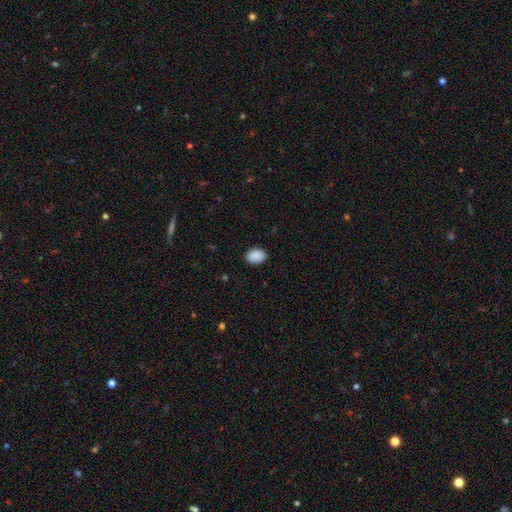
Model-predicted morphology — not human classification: smooth 90%, star or artifact 7%, featured or disk 3%. Down the decision tree: how rounded — in between (83%); merging — none (87%).